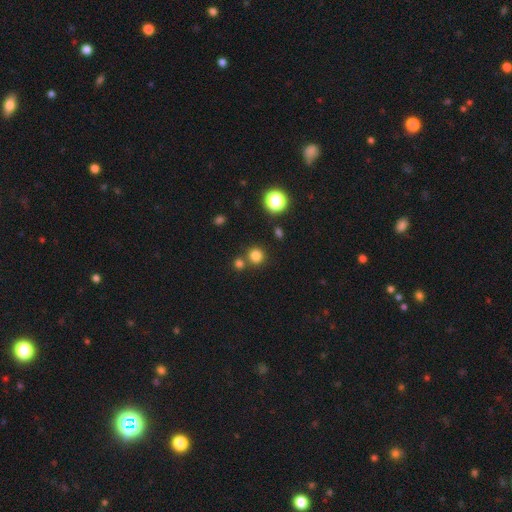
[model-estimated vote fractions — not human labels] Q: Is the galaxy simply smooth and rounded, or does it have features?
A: smooth — 78%.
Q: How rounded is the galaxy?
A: round — 92%.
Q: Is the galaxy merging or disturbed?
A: none — 74%.